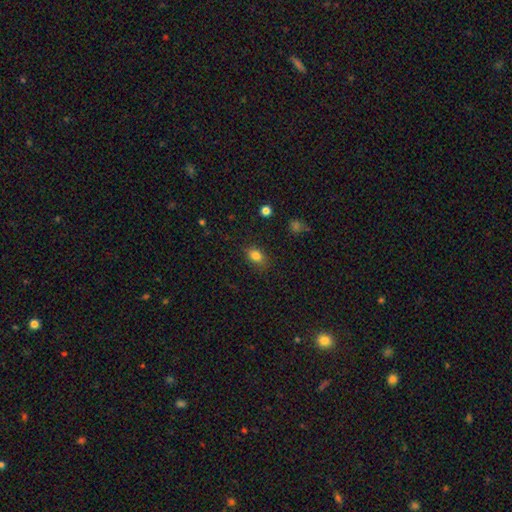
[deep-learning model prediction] The model was most divided on "how rounded": in between: 72%, round: 26%, cigar-shaped: 2%. More confident: smooth or featured — smooth (82%); merging — none (80%).